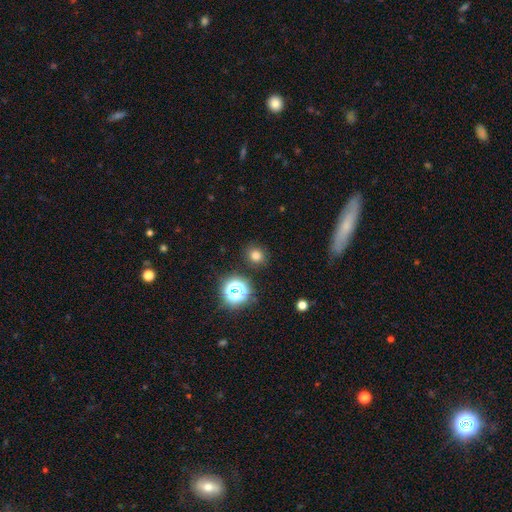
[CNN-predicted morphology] smooth-or-featured: smooth: 75% | star or artifact: 20% | featured or disk: 5%
  how-rounded: round: 85% | in between: 14% | cigar-shaped: 1%
  merging: none: 88% | minor disturbance: 7% | major disturbance: 3% | merger: 2%